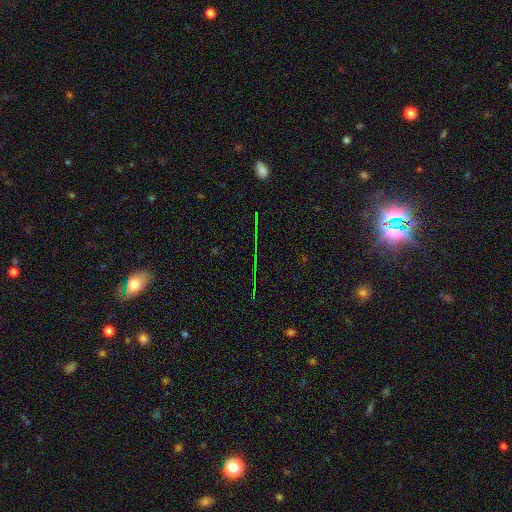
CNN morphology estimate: smooth_or_featured: star or artifact (p=0.79) [alt: featured or disk p=0.12]